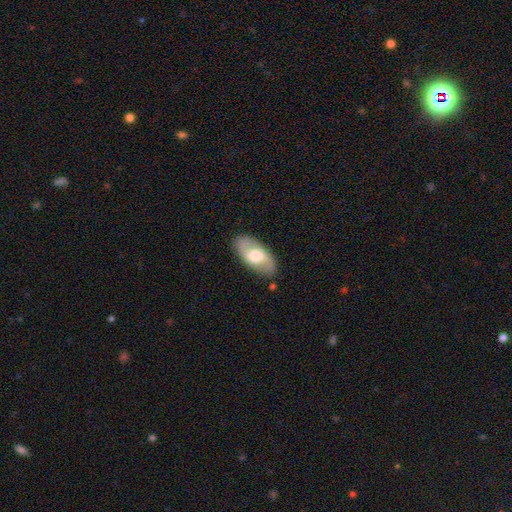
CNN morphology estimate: The model was most divided on "bar": no: 44%, weak: 42%, strong: 15%. More confident: edge-on disk — no (91%); merging — none (85%); spiral arms — yes (77%); bulge size — moderate (62%); smooth or featured — featured or disk (58%).